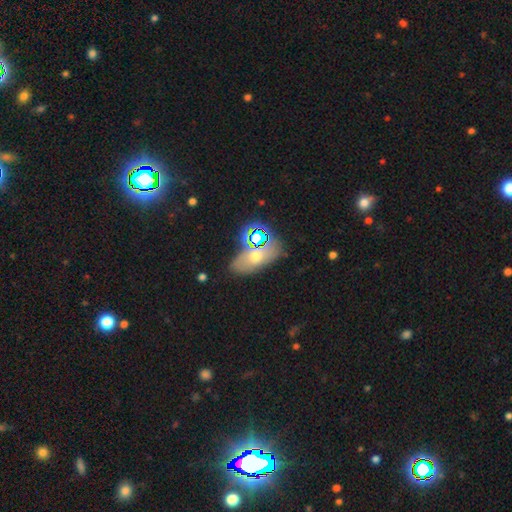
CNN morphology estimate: type=smooth (50%); merging=none (67%).